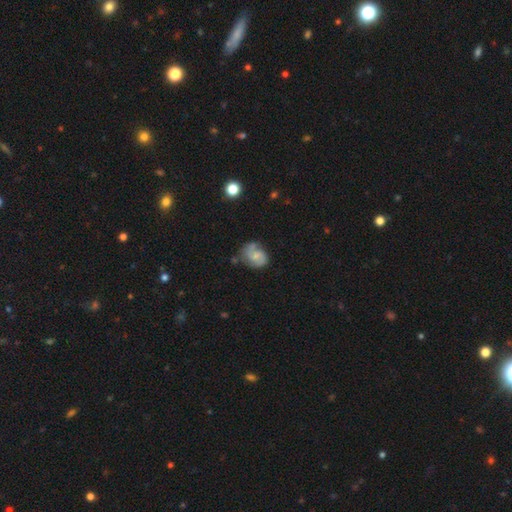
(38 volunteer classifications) This is possibly a smooth galaxy (50%, tied with featured or disk). How rounded: possibly in between (53%). Merging: possibly none (58%).